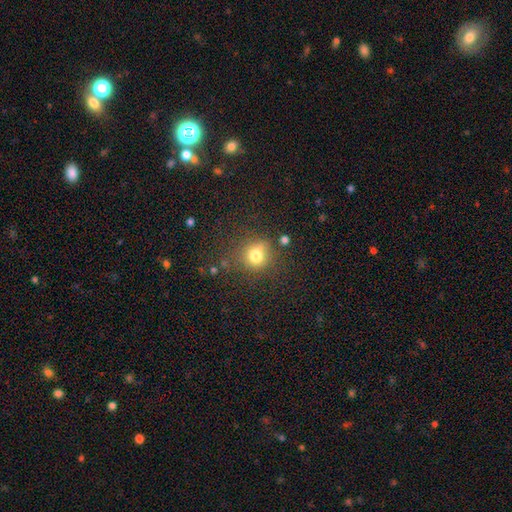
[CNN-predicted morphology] Smooth or featured? Predicted: smooth (p=0.74). How rounded? Predicted: round (p=0.85). Merging? Predicted: none (p=0.70).